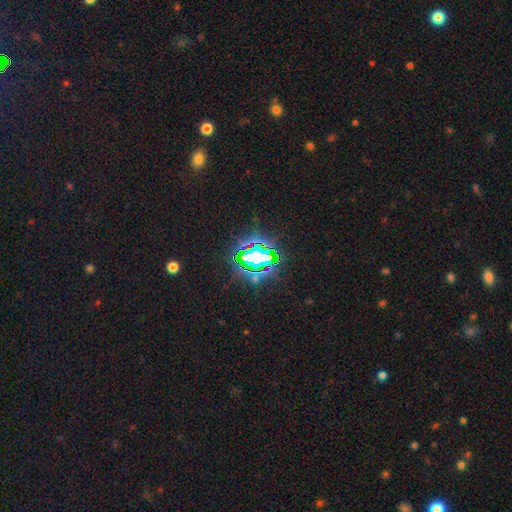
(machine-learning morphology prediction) type=star or artifact (74%).